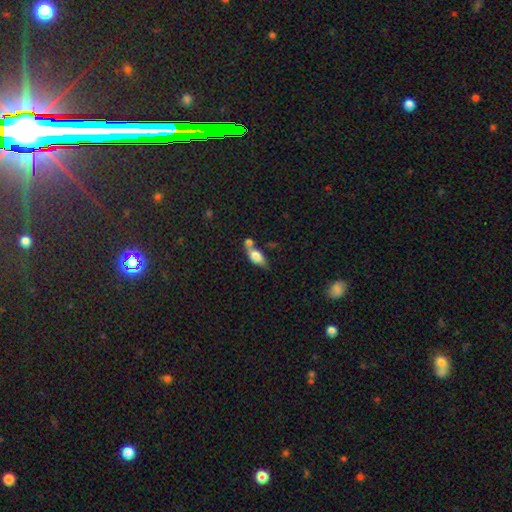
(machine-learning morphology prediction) smooth-or-featured: smooth: 69% | featured or disk: 23% | star or artifact: 8%
  how-rounded: in between: 78% | cigar-shaped: 16% | round: 5%
  merging: none: 41% | merger: 37% | minor disturbance: 16% | major disturbance: 6%